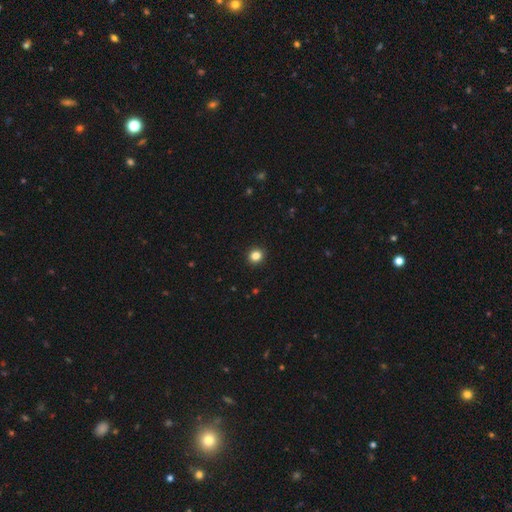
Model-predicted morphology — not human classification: smooth 84%, star or artifact 12%, featured or disk 5%. Down the decision tree: how rounded — round (85%); merging — none (93%).